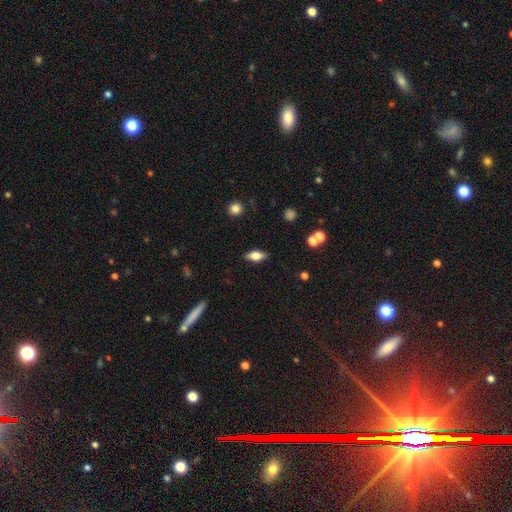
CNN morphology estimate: smooth-or-featured: smooth: 69% | featured or disk: 23% | star or artifact: 8%
  how-rounded: in between: 82% | cigar-shaped: 13% | round: 5%
  merging: none: 87% | minor disturbance: 9% | major disturbance: 2% | merger: 2%